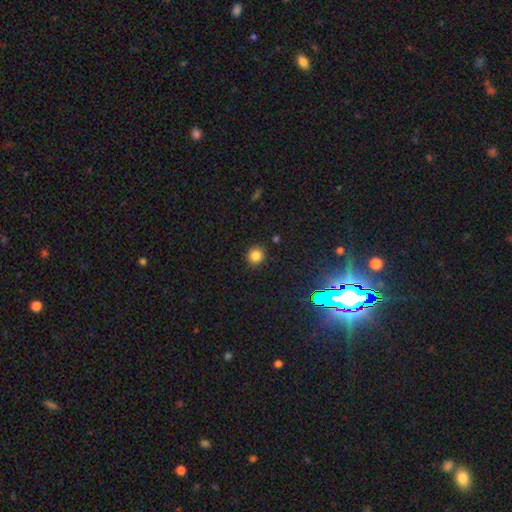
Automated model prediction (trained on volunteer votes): smooth_or_featured: smooth (p=0.82) [alt: star or artifact p=0.14]
how_rounded: round (p=0.90) [alt: in between p=0.09]
merging: none (p=0.89) [alt: minor disturbance p=0.07]